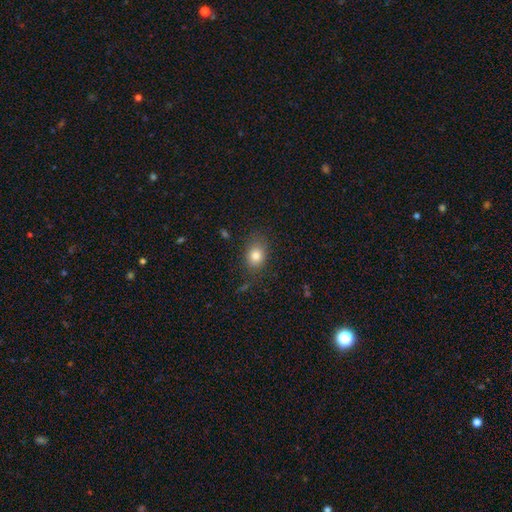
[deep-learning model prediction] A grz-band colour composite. It shows a smooth galaxy with no disk features (81%) that is in between round and cigar-shaped (57%). Merging: none (77%).